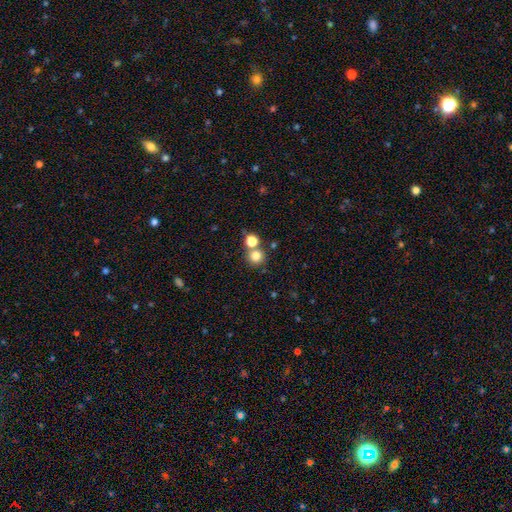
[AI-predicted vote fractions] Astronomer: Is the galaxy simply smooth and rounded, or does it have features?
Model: smooth — 78%.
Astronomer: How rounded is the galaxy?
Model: round — 91%.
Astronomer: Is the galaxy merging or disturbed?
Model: none — 64%.